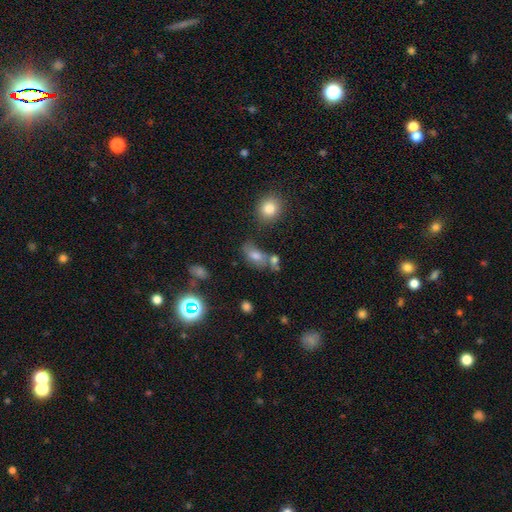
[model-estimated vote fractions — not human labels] A smooth galaxy with no disk features (60%) that is in between round and cigar-shaped (79%). Merging: none (45%).